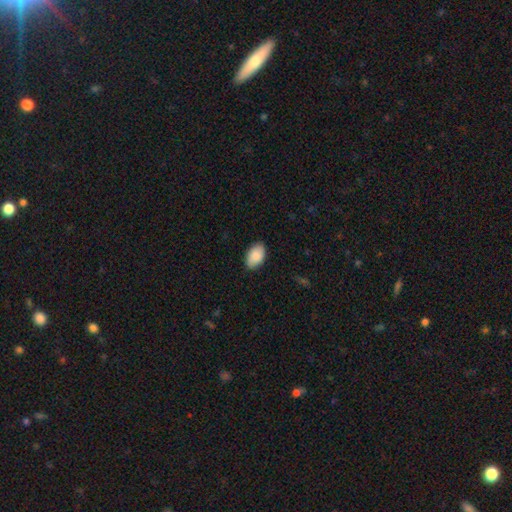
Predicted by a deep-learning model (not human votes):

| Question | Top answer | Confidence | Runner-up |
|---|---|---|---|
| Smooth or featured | smooth | 87% | featured or disk (7%) |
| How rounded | in between | 93% | round (6%) |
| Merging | none | 85% | minor disturbance (12%) |